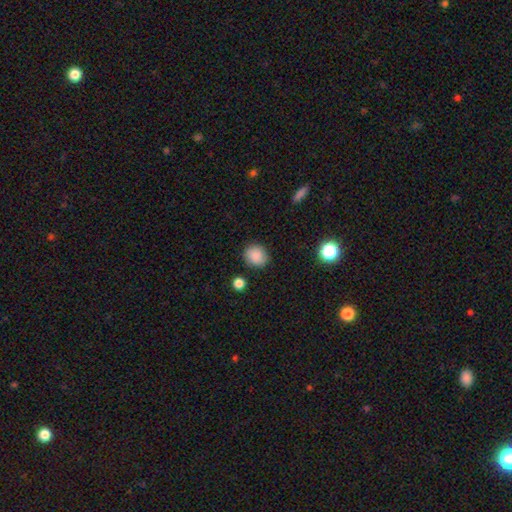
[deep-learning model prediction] Smooth or featured: smooth — 86% (star or artifact — 9%)
How rounded: round — 76% (in between — 23%)
Merging: none — 84% (minor disturbance — 11%)